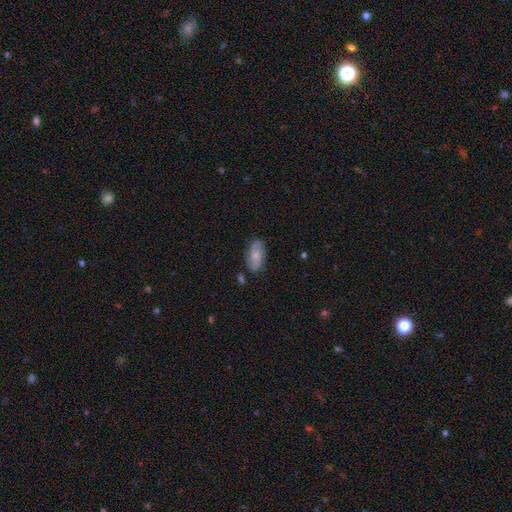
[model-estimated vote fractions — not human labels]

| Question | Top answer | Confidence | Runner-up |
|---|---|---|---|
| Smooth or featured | featured or disk | 52% | smooth (41%) |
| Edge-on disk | no | 94% | yes (6%) |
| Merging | none | 79% | minor disturbance (15%) |